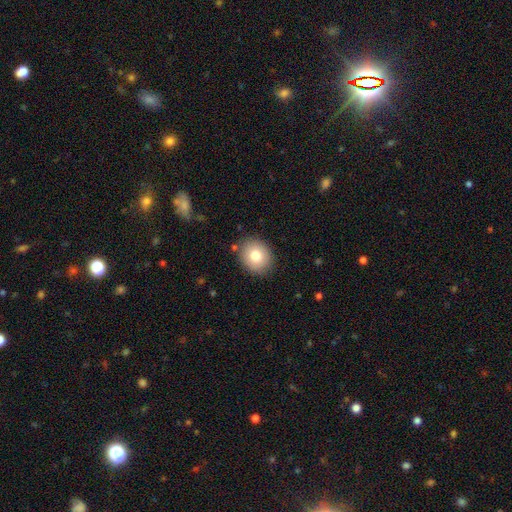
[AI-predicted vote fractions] This appears to be a smooth galaxy with no disk features (78%) that is round (66%). Merging: none (87%).